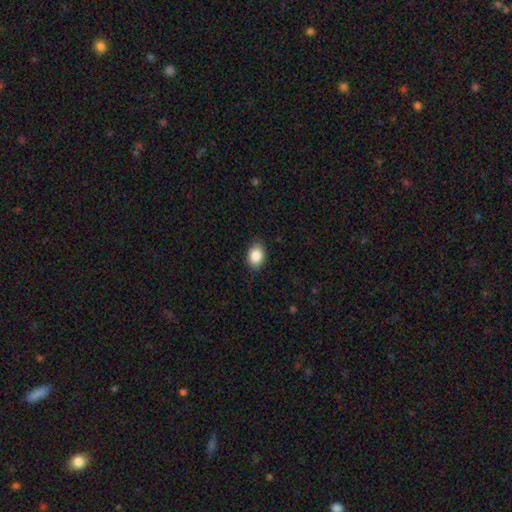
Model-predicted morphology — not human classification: Smooth or featured: smooth — 87% (star or artifact — 8%)
How rounded: in between — 72% (round — 27%)
Merging: none — 82% (minor disturbance — 14%)